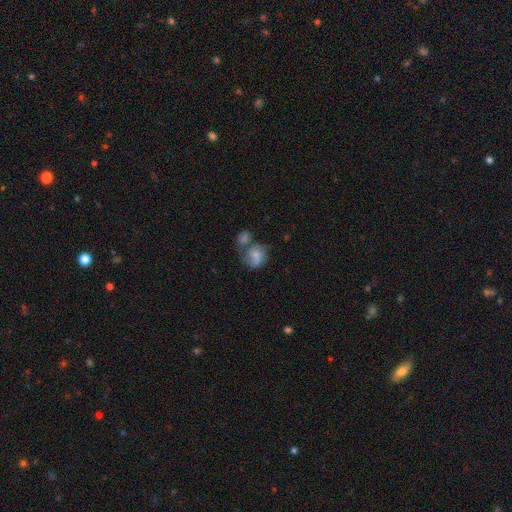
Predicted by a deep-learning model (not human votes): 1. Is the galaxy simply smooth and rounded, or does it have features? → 64% smooth, 28% featured or disk, 8% star or artifact.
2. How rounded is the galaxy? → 57% round, 42% in between, 1% cigar-shaped.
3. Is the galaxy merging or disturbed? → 49% merger, 25% none, 15% minor disturbance, 11% major disturbance.